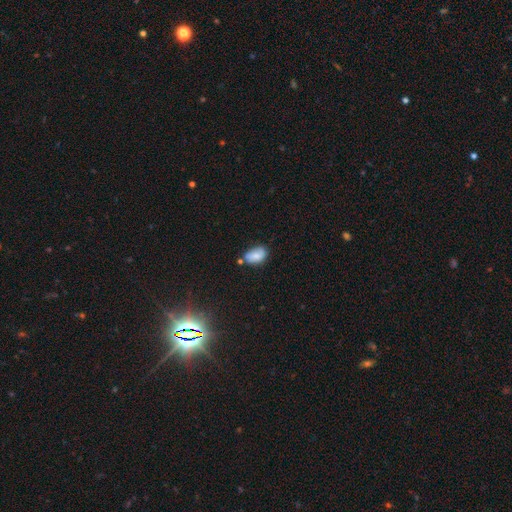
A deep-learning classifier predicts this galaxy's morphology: Q: Smooth or featured?
A: smooth (76%); runner-up: featured or disk (14%)
Q: How rounded?
A: in between (91%); runner-up: round (8%)
Q: Merging?
A: none (55%); runner-up: minor disturbance (29%)